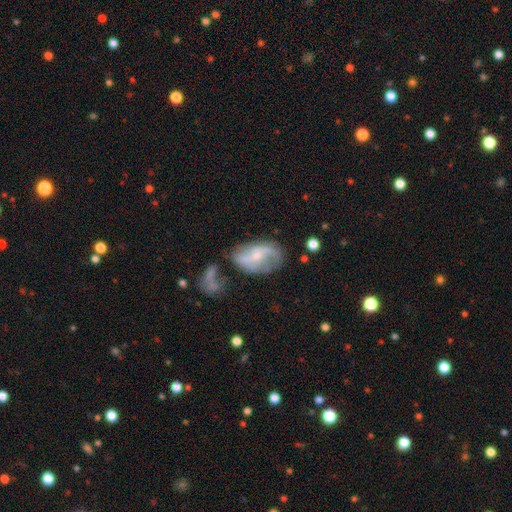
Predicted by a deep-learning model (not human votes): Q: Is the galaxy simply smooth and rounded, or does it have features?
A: featured or disk — 63%.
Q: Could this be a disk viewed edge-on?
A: no — 95%.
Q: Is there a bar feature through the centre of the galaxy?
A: no — 51%.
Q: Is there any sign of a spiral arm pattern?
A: yes — 71%.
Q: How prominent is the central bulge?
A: small — 57%.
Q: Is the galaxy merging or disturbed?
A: none — 39%.